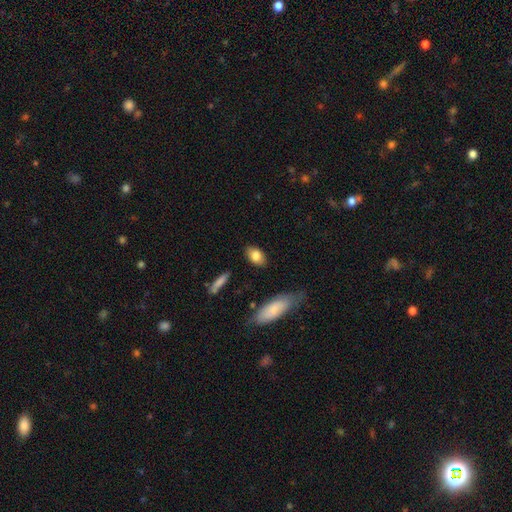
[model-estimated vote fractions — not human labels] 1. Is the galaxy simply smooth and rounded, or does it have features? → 83% smooth, 10% featured or disk, 7% star or artifact.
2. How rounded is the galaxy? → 87% in between, 9% round, 4% cigar-shaped.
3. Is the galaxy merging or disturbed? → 82% none, 13% minor disturbance, 3% major disturbance, 2% merger.